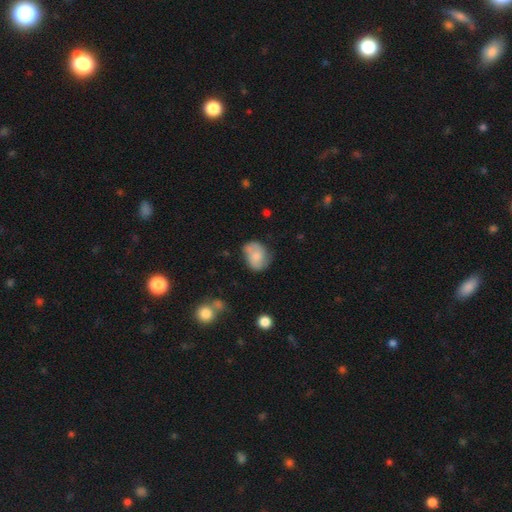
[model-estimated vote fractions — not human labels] Smooth or featured?
  - smooth: 64% *
  - featured or disk: 28%
  - star or artifact: 8%
How rounded?
  - in between: 60% *
  - round: 39%
  - cigar-shaped: 1%
Merging?
  - none: 56% *
  - minor disturbance: 29%
  - major disturbance: 10%
  - merger: 5%